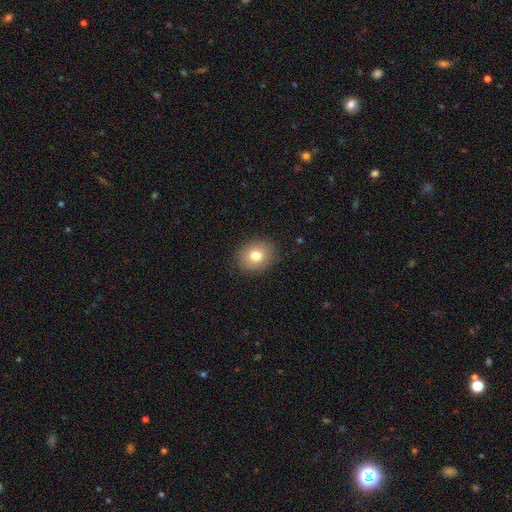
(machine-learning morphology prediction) The model was most divided on "how rounded": round: 62%, in between: 37%, cigar-shaped: 1%. More confident: merging — none (88%); smooth or featured — smooth (77%).